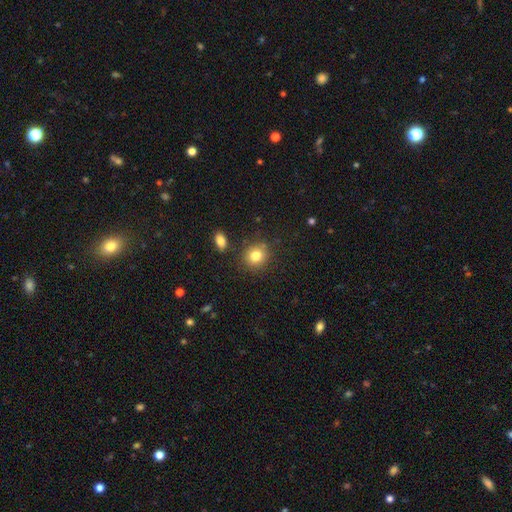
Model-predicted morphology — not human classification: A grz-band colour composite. It shows a smooth galaxy with no disk features (81%) that is round (81%). Merging: none (84%).